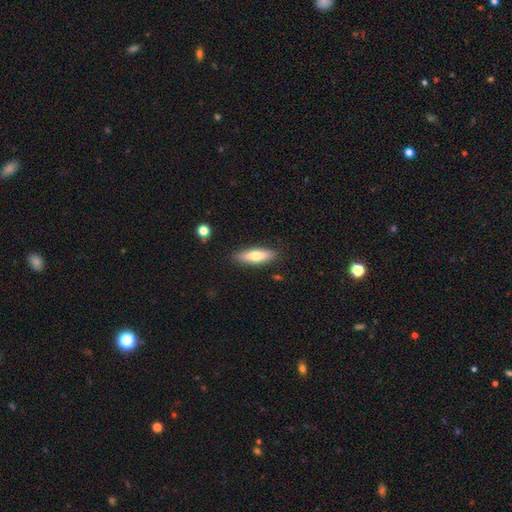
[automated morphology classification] smooth_or_featured: smooth (p=0.69) [alt: featured or disk p=0.25]
how_rounded: cigar-shaped (p=0.51) [alt: in between p=0.47]
merging: none (p=0.87) [alt: minor disturbance p=0.09]